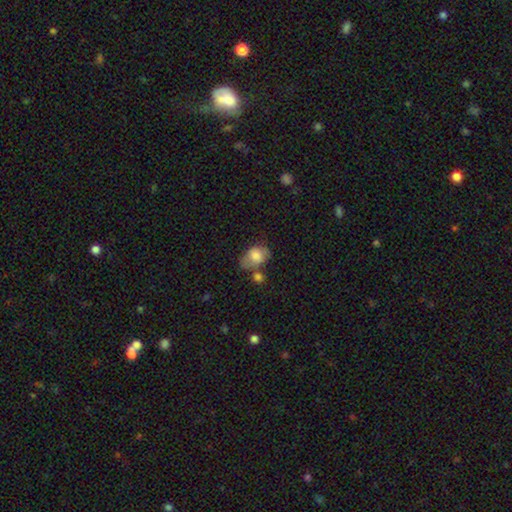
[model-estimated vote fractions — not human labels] The model was most divided on "merging": none: 41%, minor disturbance: 25%, merger: 21%, major disturbance: 13%. More confident: smooth or featured — smooth (74%); how rounded — in between (73%).